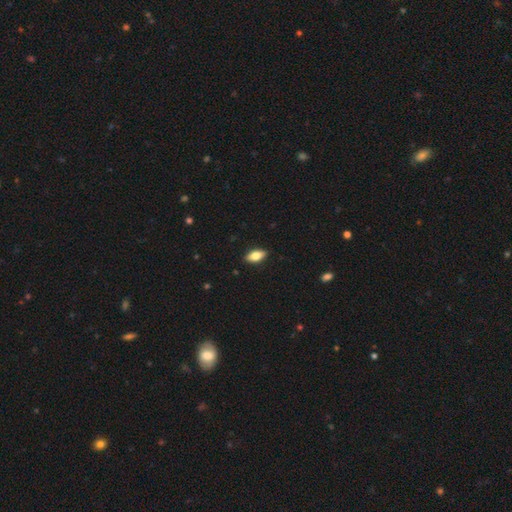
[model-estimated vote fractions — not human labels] This appears to be a smooth galaxy with no disk features (76%) that is in between round and cigar-shaped (87%). Merging: none (88%).